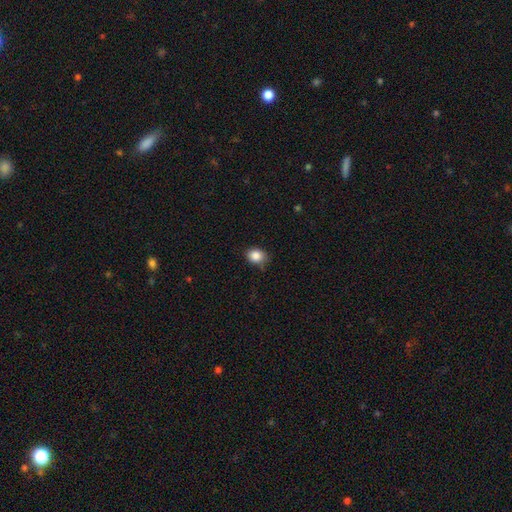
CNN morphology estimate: This appears to be a smooth galaxy with no disk features (86%) that is round (53%). Merging: none (76%).